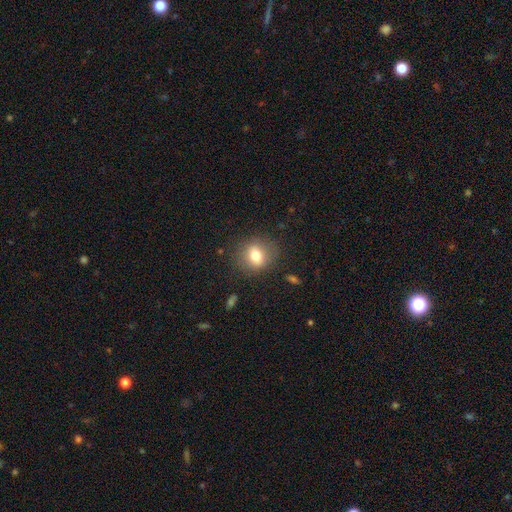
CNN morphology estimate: smooth-or-featured: smooth: 75% | featured or disk: 15% | star or artifact: 10%
  how-rounded: round: 62% | in between: 36% | cigar-shaped: 1%
  merging: none: 81% | minor disturbance: 13% | major disturbance: 5% | merger: 1%